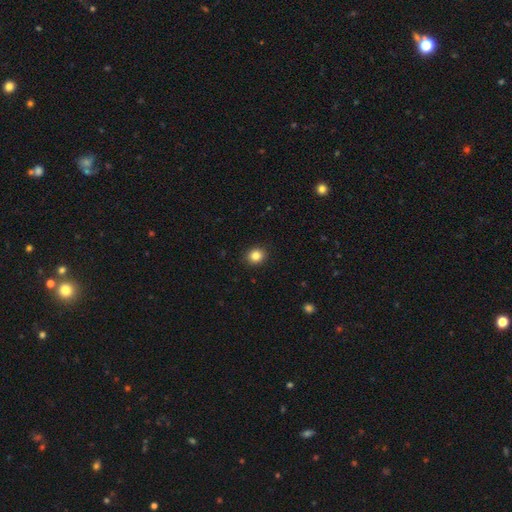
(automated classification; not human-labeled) Smooth or featured?
  - smooth: 84% *
  - star or artifact: 11%
  - featured or disk: 5%
How rounded?
  - round: 80% *
  - in between: 19%
  - cigar-shaped: 1%
Merging?
  - none: 91% *
  - minor disturbance: 6%
  - major disturbance: 2%
  - merger: 1%